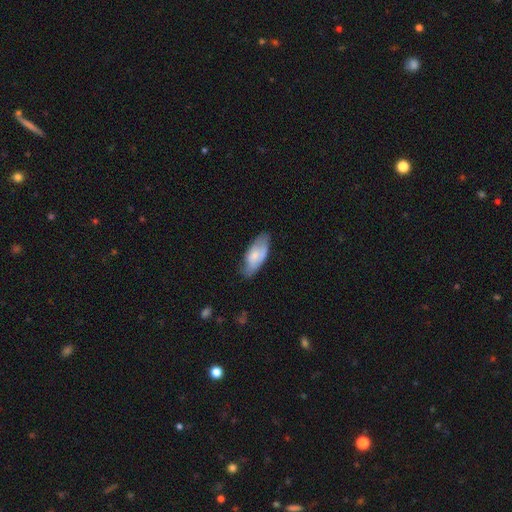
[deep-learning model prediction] Smooth or featured?
  - smooth: 64% *
  - featured or disk: 29%
  - star or artifact: 6%
How rounded?
  - in between: 87% *
  - cigar-shaped: 11%
  - round: 2%
Merging?
  - none: 62% *
  - minor disturbance: 29%
  - major disturbance: 7%
  - merger: 2%